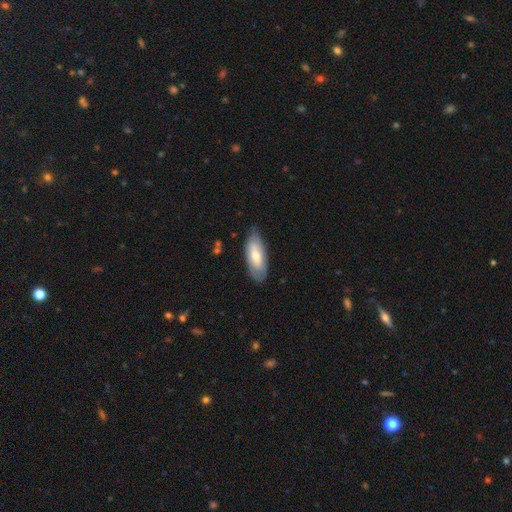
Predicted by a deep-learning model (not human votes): Smooth or featured?
  - smooth: 55% *
  - featured or disk: 40%
  - star or artifact: 5%
How rounded?
  - in between: 80% *
  - cigar-shaped: 18%
  - round: 2%
Merging?
  - none: 76% *
  - minor disturbance: 19%
  - major disturbance: 4%
  - merger: 1%